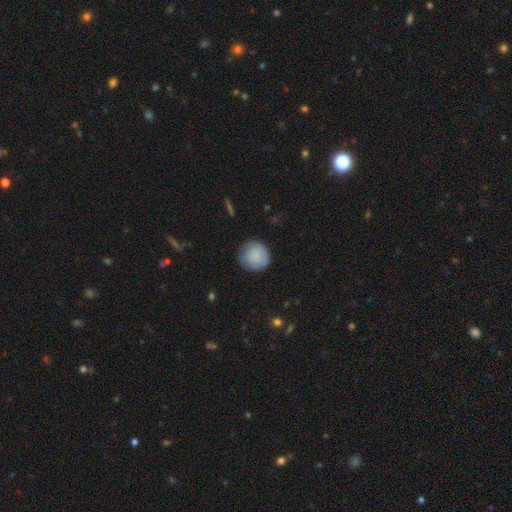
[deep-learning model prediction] Q: Smooth or featured?
A: smooth (84%); runner-up: featured or disk (10%)
Q: How rounded?
A: round (92%); runner-up: in between (7%)
Q: Merging?
A: none (77%); runner-up: minor disturbance (18%)